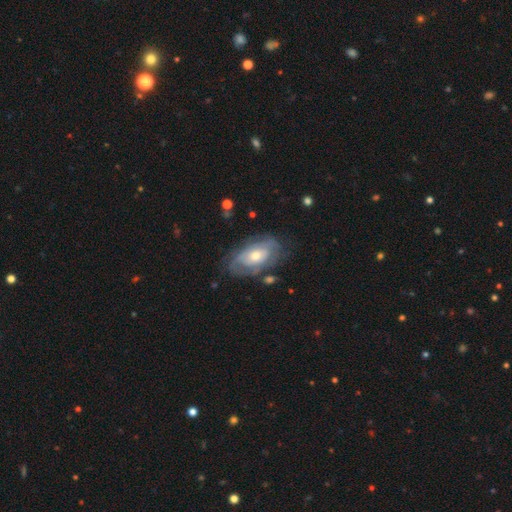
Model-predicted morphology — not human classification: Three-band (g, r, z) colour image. It shows a featured or disk galaxy (69%) with no bar (72%), spiral arms (69%) and a moderate central bulge (59%). Merging: none (66%).